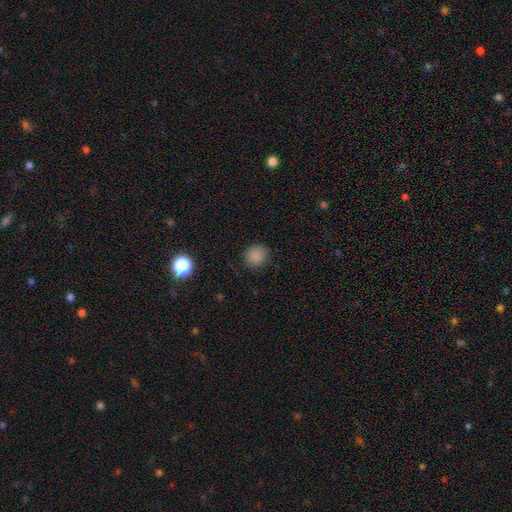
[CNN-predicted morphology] type=smooth (84%); roundness=round (83%); merging=none (86%).